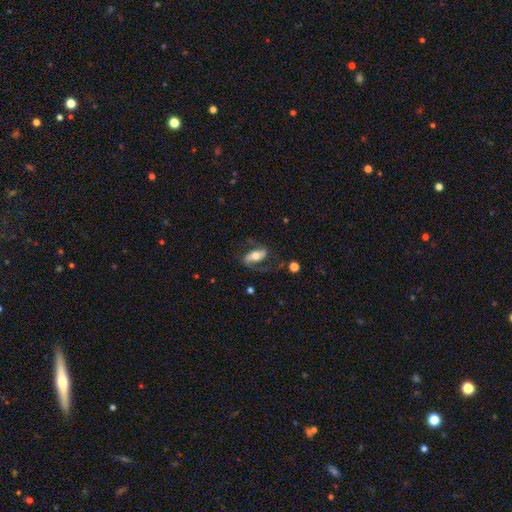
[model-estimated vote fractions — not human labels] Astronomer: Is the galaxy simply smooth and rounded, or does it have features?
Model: featured or disk — 64%.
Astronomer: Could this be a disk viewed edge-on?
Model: no — 87%.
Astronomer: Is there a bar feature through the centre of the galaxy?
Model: no — 40% (runner-up: strong, 34%).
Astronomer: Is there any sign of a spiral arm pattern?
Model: yes — 86%.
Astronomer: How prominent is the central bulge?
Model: moderate — 64%.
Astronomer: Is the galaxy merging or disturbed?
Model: none — 59%.